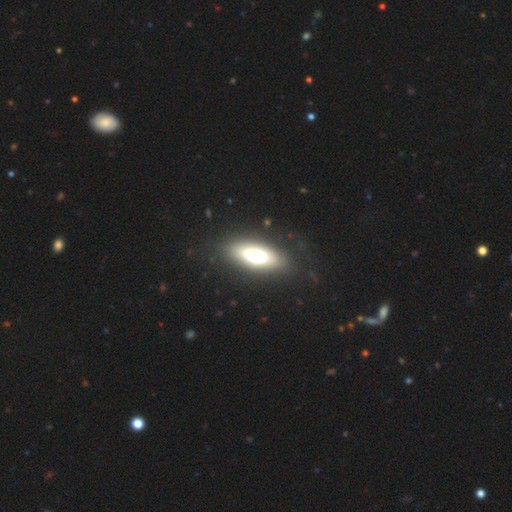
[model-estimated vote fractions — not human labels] Smooth or featured? Predicted: smooth (p=0.64). How rounded? Predicted: in between (p=0.69). Merging? Predicted: none (p=0.82).